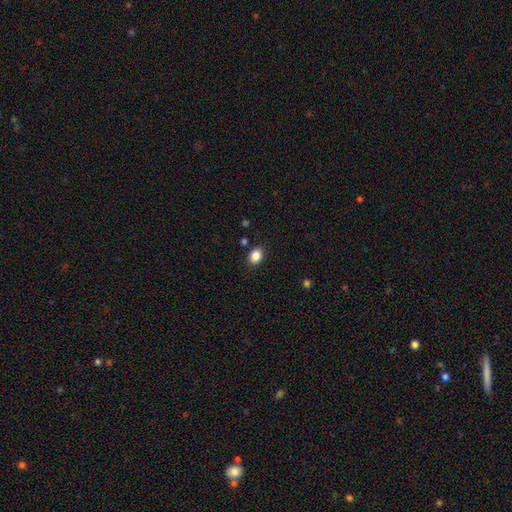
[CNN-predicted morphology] Smooth or featured? Predicted: smooth (p=0.87). How rounded? Predicted: in between (p=0.72). Merging? Predicted: none (p=0.86).